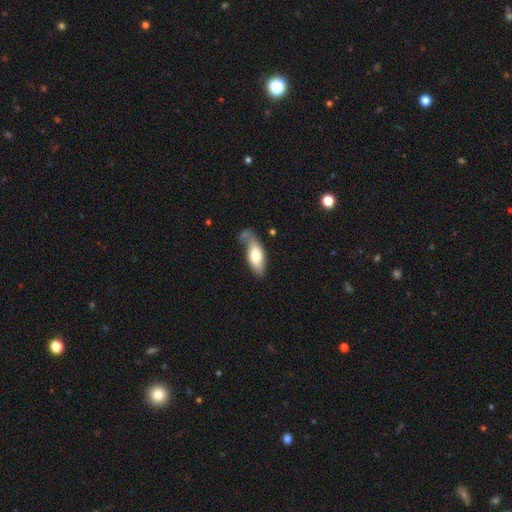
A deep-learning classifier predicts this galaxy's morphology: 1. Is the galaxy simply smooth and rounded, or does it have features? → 71% smooth, 24% featured or disk, 6% star or artifact.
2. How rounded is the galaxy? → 81% in between, 16% cigar-shaped, 3% round.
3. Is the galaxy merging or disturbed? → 43% none, 26% minor disturbance, 17% merger, 14% major disturbance.